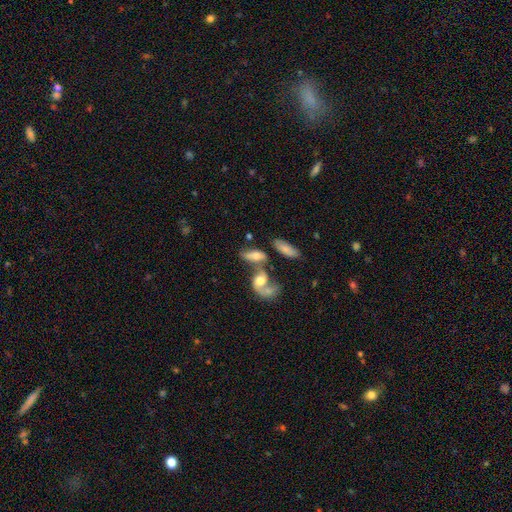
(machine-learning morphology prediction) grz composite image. It shows a smooth galaxy with no disk features (45%, tied with featured or disk). Merging: merger (56%).